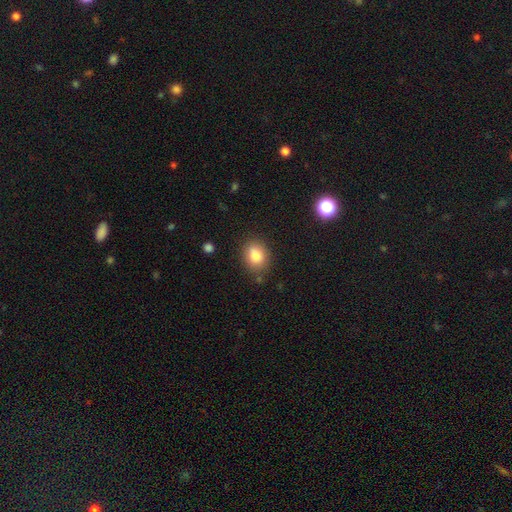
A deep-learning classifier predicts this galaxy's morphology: This is clearly a smooth galaxy (81%). How rounded: possibly round (53%). Merging: likely none (79%).